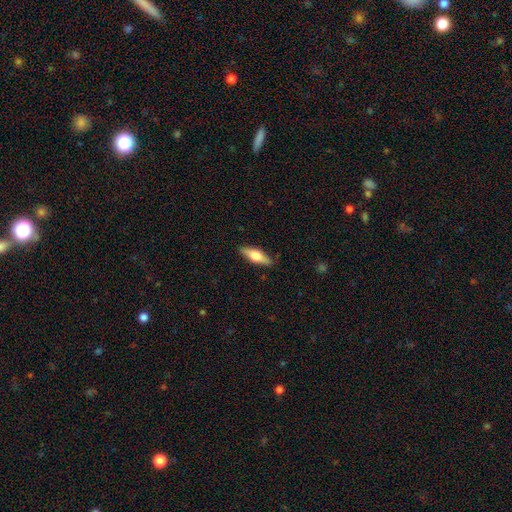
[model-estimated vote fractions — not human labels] Overall: smooth (57%; featured or disk 37%). How rounded: in between (53%; cigar-shaped 45%). Merging: none (86%).